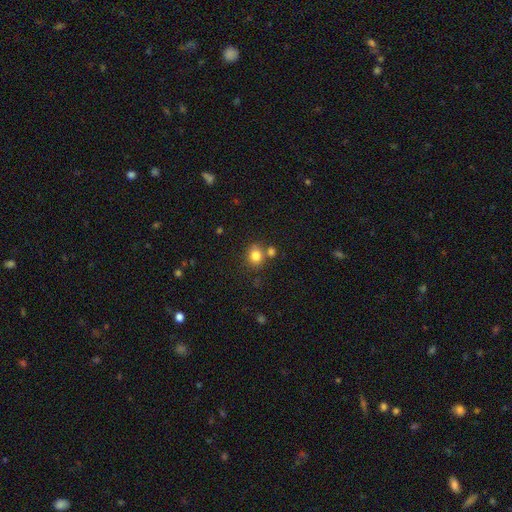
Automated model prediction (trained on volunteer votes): Smooth or featured? smooth (81%)
How rounded? round (76%)
Merging? none (66%)